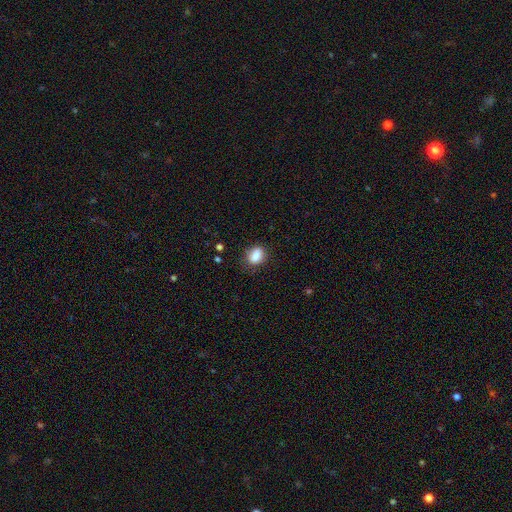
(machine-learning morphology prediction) smooth_or_featured: smooth (p=0.86) [alt: star or artifact p=0.08]
how_rounded: in between (p=0.74) [alt: round p=0.25]
merging: none (p=0.74) [alt: minor disturbance p=0.19]